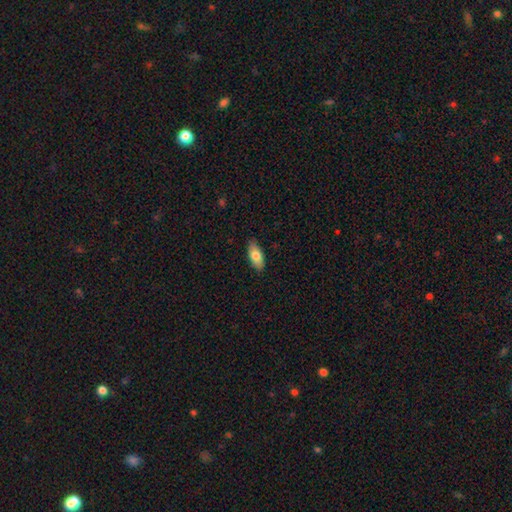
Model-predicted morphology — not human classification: Smooth or featured: smooth — 78% (featured or disk — 16%)
How rounded: in between — 86% (cigar-shaped — 12%)
Merging: none — 87% (minor disturbance — 10%)